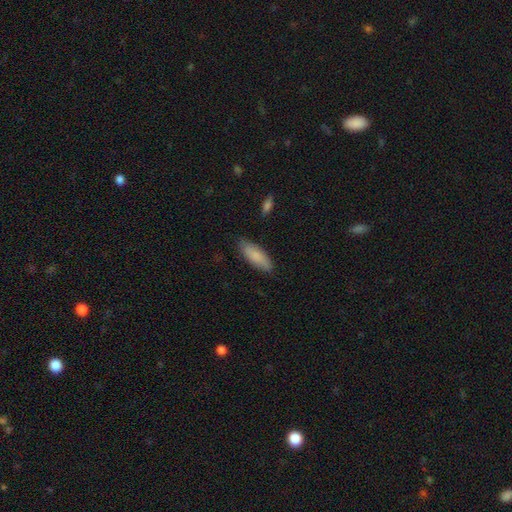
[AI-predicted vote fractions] This appears to be a smooth galaxy with no disk features (84%) that is in between round and cigar-shaped (66%). Merging: none (82%).